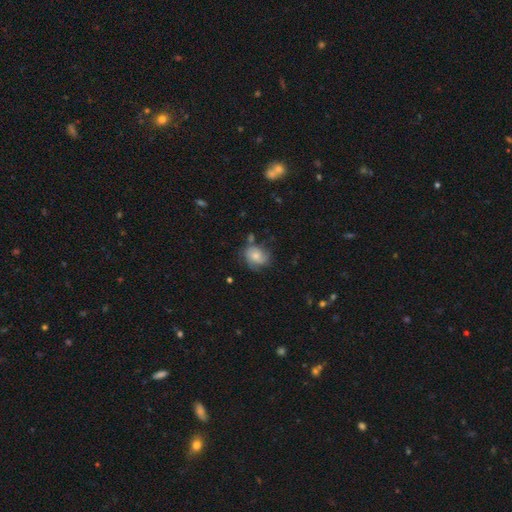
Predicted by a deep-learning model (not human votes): A smooth galaxy with no disk features (50%) that is round (51%).

Vote fractions:
- Smooth or featured? smooth: 50% / featured or disk: 41% / star or artifact: 9%
- How rounded? round: 51% / in between: 47% / cigar-shaped: 1%
- Merging? none: 54% / minor disturbance: 28% / major disturbance: 12% / merger: 6%